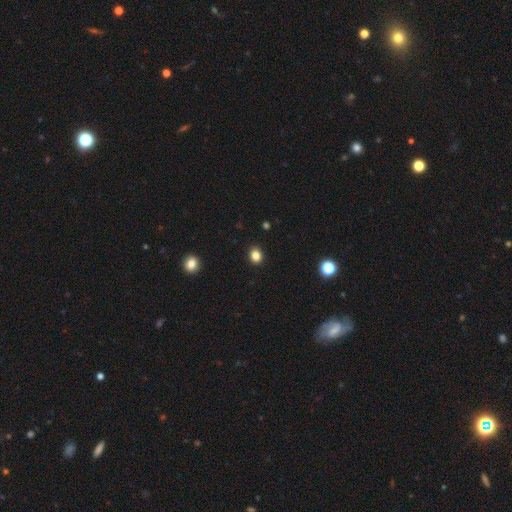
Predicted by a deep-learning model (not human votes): Smooth or featured? smooth (84%)
How rounded? round (64%)
Merging? none (91%)